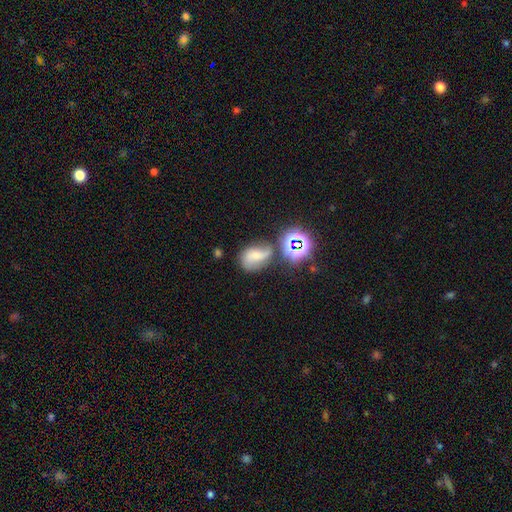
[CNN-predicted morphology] Smooth or featured? Predicted: featured or disk (p=0.48). Merging? Predicted: none (p=0.49).